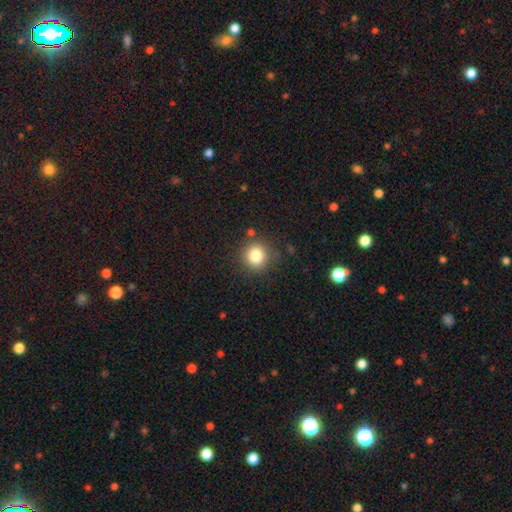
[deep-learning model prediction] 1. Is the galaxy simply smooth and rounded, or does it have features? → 82% smooth, 12% star or artifact, 7% featured or disk.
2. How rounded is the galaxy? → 91% round, 8% in between, 1% cigar-shaped.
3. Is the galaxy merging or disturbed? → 85% none, 9% minor disturbance, 3% major disturbance, 3% merger.